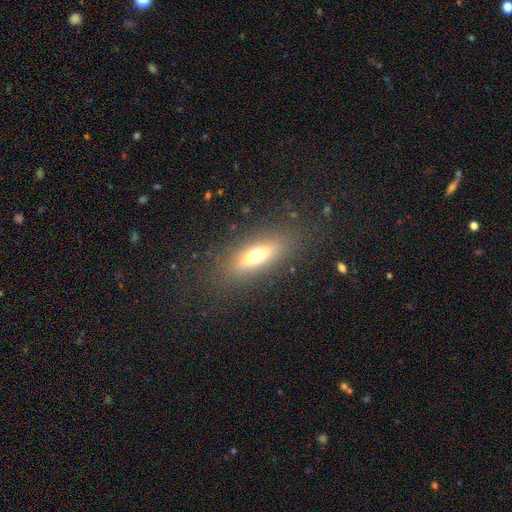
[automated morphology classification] The model was most divided on "how rounded": in between: 56%, cigar-shaped: 40%, round: 4%. More confident: merging — none (82%); smooth or featured — smooth (62%).